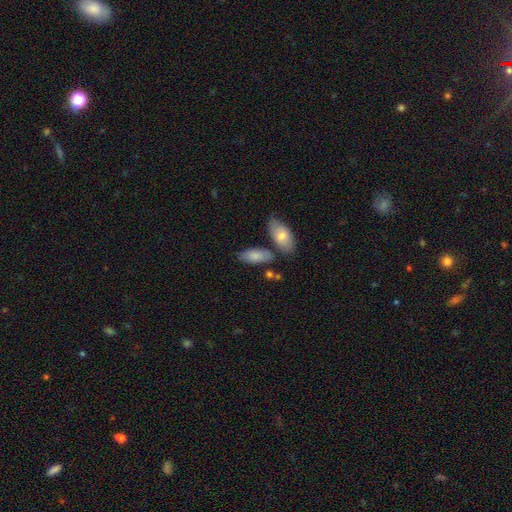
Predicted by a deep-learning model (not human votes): smooth_or_featured: smooth (p=0.82) [alt: featured or disk p=0.12]
how_rounded: in between (p=0.86) [alt: cigar-shaped p=0.11]
merging: none (p=0.63) [alt: minor disturbance p=0.17]